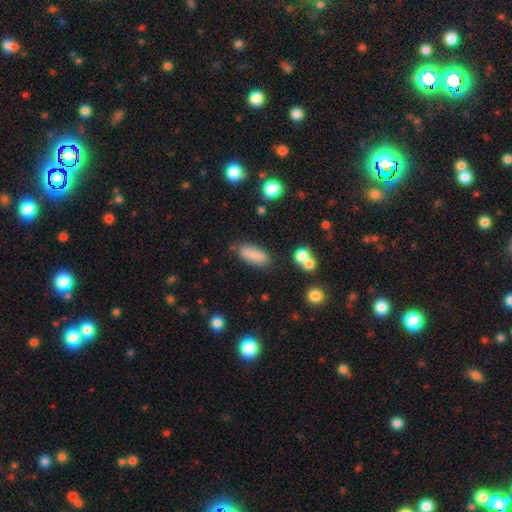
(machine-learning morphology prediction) type=smooth (84%); roundness=in between (73%); merging=none (77%).